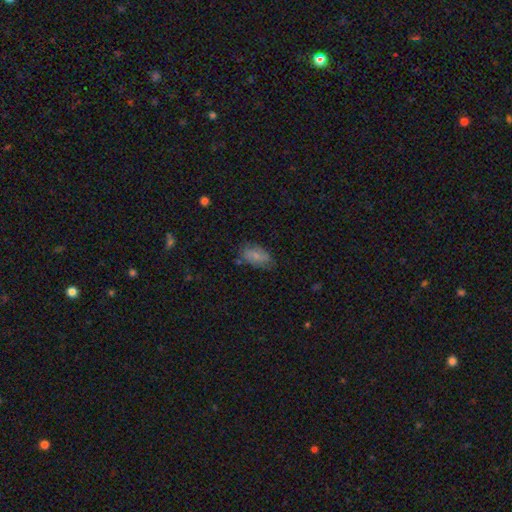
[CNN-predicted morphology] Smooth or featured?
  - smooth: 73% *
  - featured or disk: 19%
  - star or artifact: 8%
How rounded?
  - in between: 92% *
  - round: 6%
  - cigar-shaped: 3%
Merging?
  - none: 66% *
  - minor disturbance: 24%
  - major disturbance: 6%
  - merger: 4%